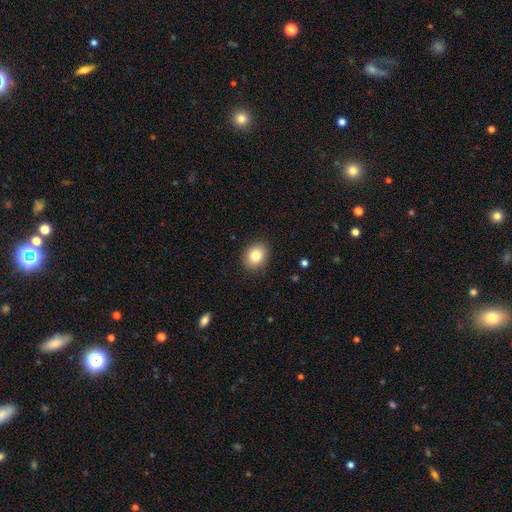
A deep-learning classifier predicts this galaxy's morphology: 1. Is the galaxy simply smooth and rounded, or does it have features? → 84% smooth, 9% star or artifact, 7% featured or disk.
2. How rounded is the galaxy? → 51% in between, 48% round, 1% cigar-shaped.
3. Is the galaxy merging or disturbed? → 89% none, 8% minor disturbance, 2% major disturbance, 1% merger.